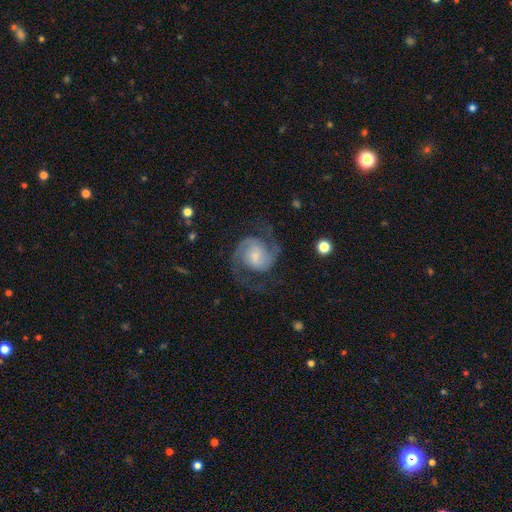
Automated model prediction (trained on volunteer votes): Smooth or featured: featured or disk — 87% (smooth — 8%)
Edge-on disk: no — 98% (yes — 2%)
Bar: no — 49% (weak — 42%)
Spiral arms: yes — 98% (no — 2%)
Spiral winding: medium — 57% (loose — 22%)
Spiral arm count: 2 — 91% (3 — 3%)
Bulge size: small — 43% (moderate — 32%)
Merging: none — 72% (minor disturbance — 14%)